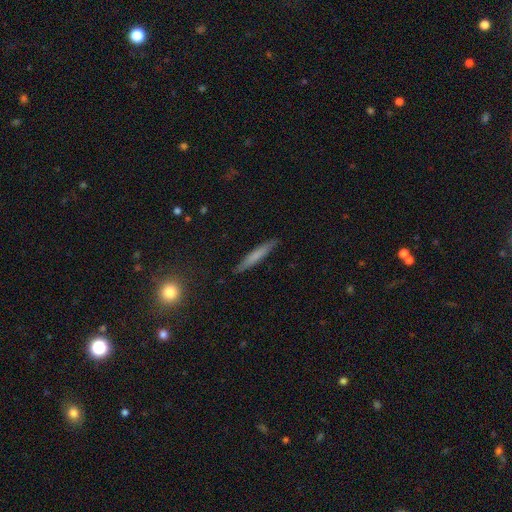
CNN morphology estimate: Smooth or featured: smooth — 67% (featured or disk — 27%)
How rounded: cigar-shaped — 94% (in between — 4%)
Merging: none — 88% (minor disturbance — 9%)